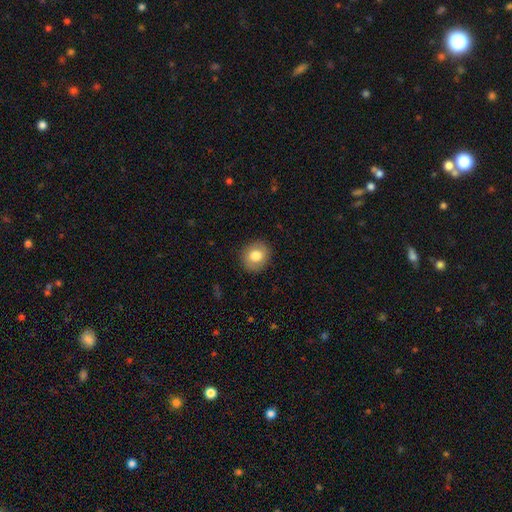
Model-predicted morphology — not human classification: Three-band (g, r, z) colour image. It shows a smooth galaxy with no disk features (79%) that is round (79%). Merging: none (90%).